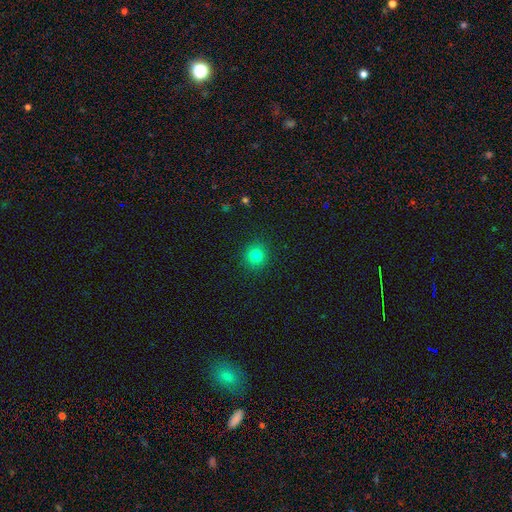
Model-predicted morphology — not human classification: smooth_or_featured: smooth (p=0.82) [alt: star or artifact p=0.13]
how_rounded: round (p=0.91) [alt: in between p=0.08]
merging: none (p=0.91) [alt: minor disturbance p=0.06]